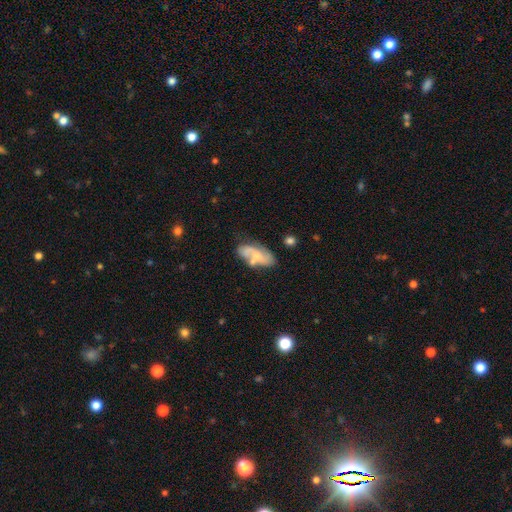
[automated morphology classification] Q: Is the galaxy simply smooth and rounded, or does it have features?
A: featured or disk — 52%.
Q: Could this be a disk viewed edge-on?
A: no — 93%.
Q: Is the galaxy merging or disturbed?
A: none — 49%.